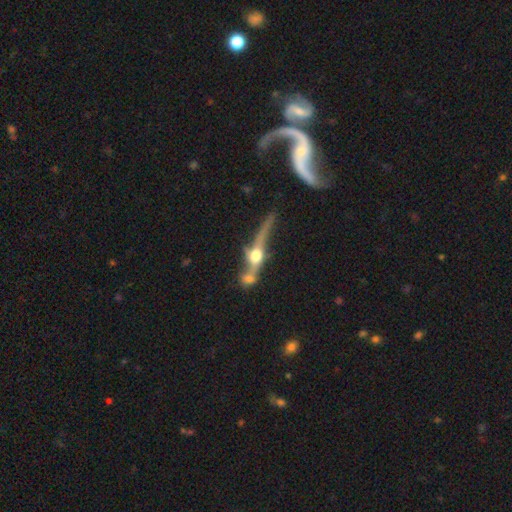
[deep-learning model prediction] Smooth or featured: featured or disk — 71% (smooth — 20%)
Edge-on disk: yes — 81% (no — 19%)
Edge-on bulge: rounded — 93% (boxy — 4%)
Merging: none — 38% (tied with merger — 38%)